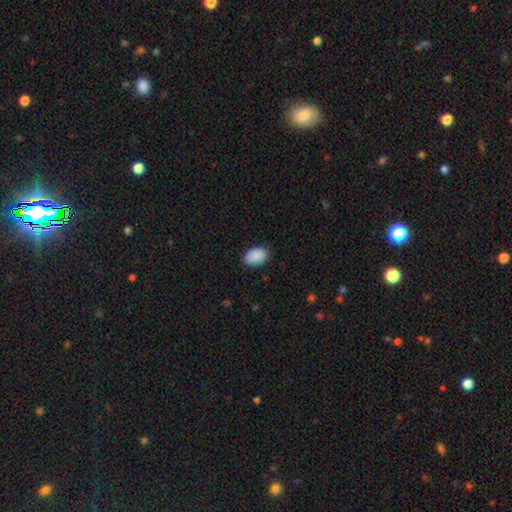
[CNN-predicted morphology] smooth_or_featured: smooth (p=0.90) [alt: star or artifact p=0.07]
how_rounded: in between (p=0.87) [alt: round p=0.12]
merging: none (p=0.83) [alt: minor disturbance p=0.14]